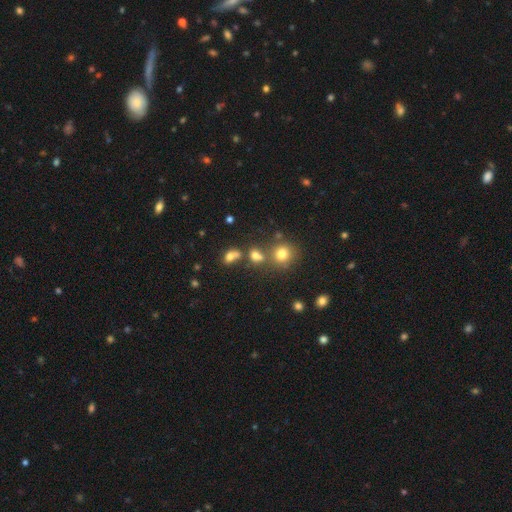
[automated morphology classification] A smooth galaxy with no disk features (69%) that is round (51%). Merging: none (47%).